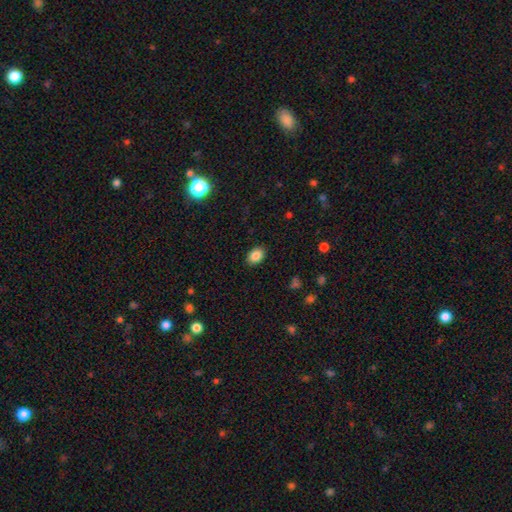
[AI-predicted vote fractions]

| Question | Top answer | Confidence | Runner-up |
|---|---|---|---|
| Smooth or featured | smooth | 86% | star or artifact (9%) |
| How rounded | in between | 80% | round (19%) |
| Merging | none | 89% | minor disturbance (8%) |